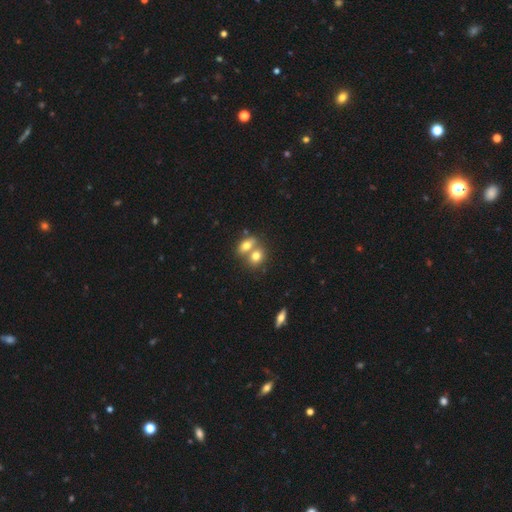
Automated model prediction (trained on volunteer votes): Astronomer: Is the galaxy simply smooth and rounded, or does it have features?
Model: smooth — 74%.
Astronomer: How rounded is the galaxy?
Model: in between — 57% (runner-up: round, 41%).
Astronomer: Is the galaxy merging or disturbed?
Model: merger — 61%.